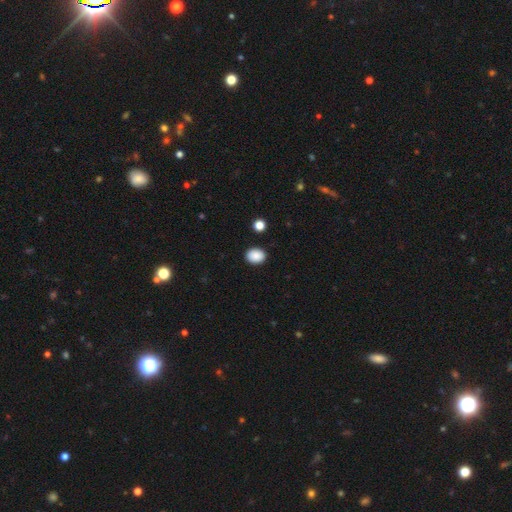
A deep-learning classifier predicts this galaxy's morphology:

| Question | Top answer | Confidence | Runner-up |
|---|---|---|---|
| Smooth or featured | smooth | 89% | star or artifact (8%) |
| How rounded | in between | 60% | round (39%) |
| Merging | none | 89% | minor disturbance (8%) |